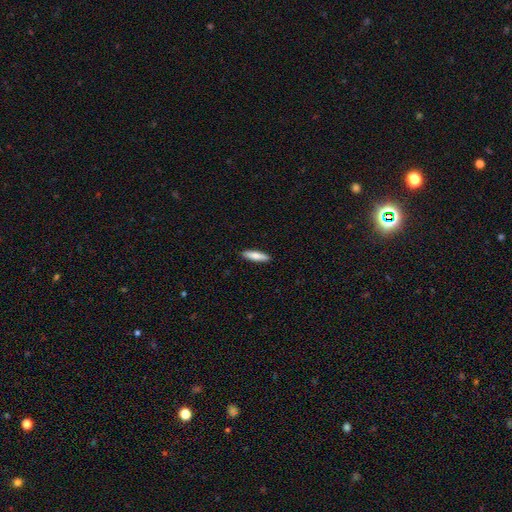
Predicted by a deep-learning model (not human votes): Smooth or featured? Predicted: smooth (p=0.79). How rounded? Predicted: cigar-shaped (p=0.69). Merging? Predicted: none (p=0.91).